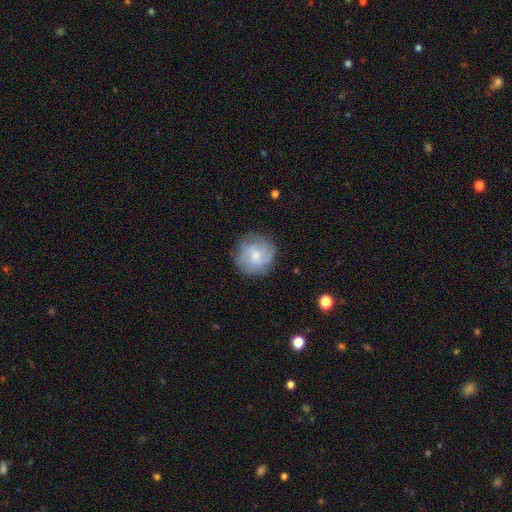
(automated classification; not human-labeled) This is possibly a featured or disk galaxy (48%). Merging: likely none (78%).